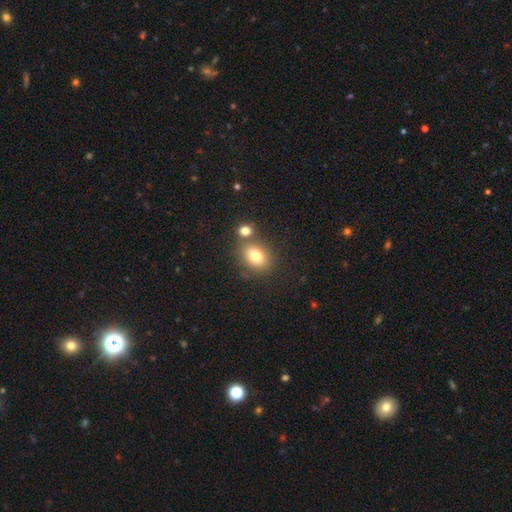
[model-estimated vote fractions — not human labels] Morphology: type=smooth (78%); roundness=in between (65%); merging=none (64%).